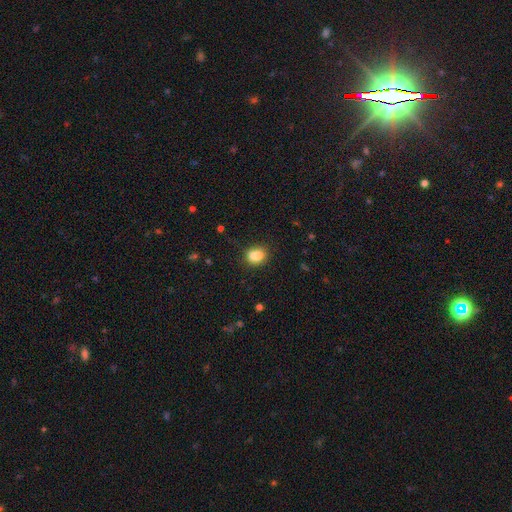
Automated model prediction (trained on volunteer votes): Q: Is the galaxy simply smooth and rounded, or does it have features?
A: smooth — 82%.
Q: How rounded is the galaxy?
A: in between — 51%.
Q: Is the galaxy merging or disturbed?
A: none — 64%.